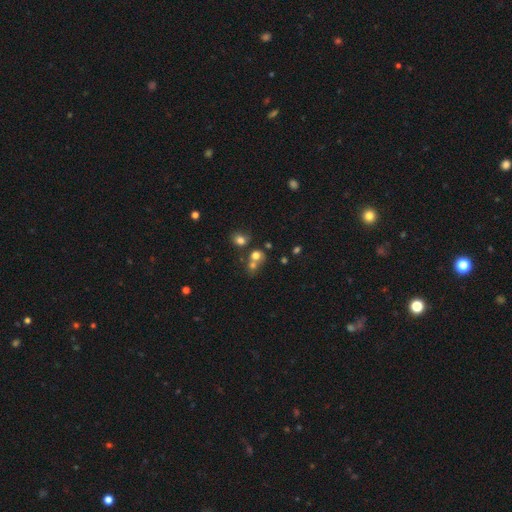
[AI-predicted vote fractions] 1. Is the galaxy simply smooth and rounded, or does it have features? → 69% smooth, 18% star or artifact, 13% featured or disk.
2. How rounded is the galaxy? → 74% round, 25% in between, 1% cigar-shaped.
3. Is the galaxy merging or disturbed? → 47% merger, 39% none, 9% minor disturbance, 5% major disturbance.